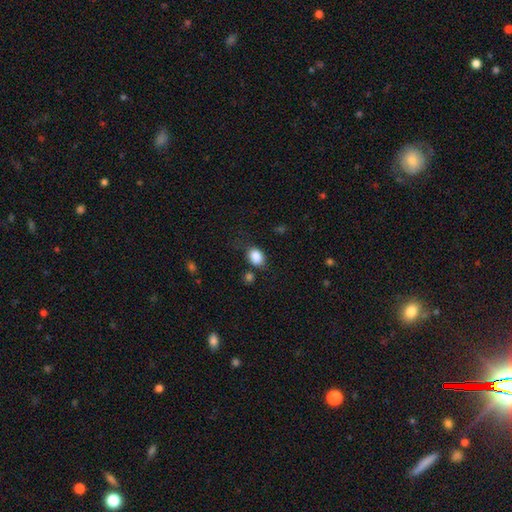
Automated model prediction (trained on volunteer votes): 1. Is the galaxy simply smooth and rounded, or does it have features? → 86% smooth, 9% star or artifact, 5% featured or disk.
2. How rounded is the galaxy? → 65% in between, 33% round, 1% cigar-shaped.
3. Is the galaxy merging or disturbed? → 66% none, 20% minor disturbance, 7% major disturbance, 6% merger.